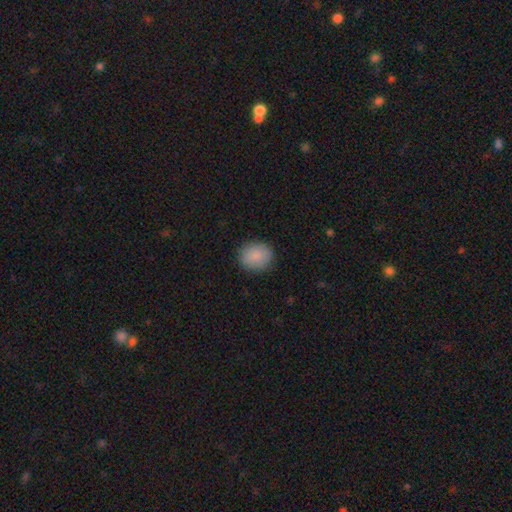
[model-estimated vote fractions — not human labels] A smooth galaxy with no disk features (88%) that is round (70%).

Vote fractions:
- Smooth or featured? smooth: 88% / star or artifact: 7% / featured or disk: 5%
- How rounded? round: 70% / in between: 29% / cigar-shaped: 1%
- Merging? none: 88% / minor disturbance: 9% / major disturbance: 2% / merger: 1%